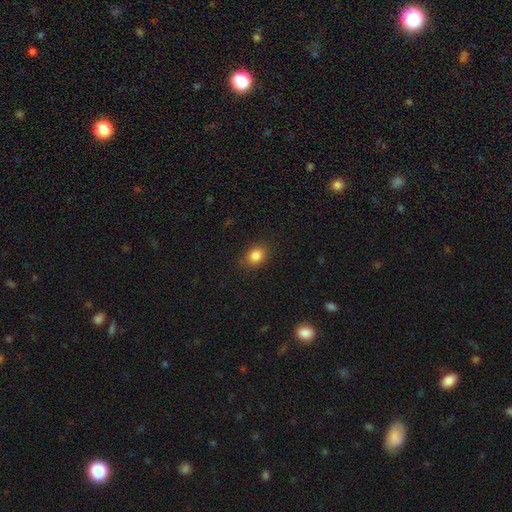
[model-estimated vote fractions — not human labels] A smooth galaxy with no disk features (85%) that is in between round and cigar-shaped (51%).

Vote fractions:
- Smooth or featured? smooth: 85% / star or artifact: 10% / featured or disk: 5%
- How rounded? in between: 51% / round: 48% / cigar-shaped: 1%
- Merging? none: 85% / minor disturbance: 11% / major disturbance: 3% / merger: 1%